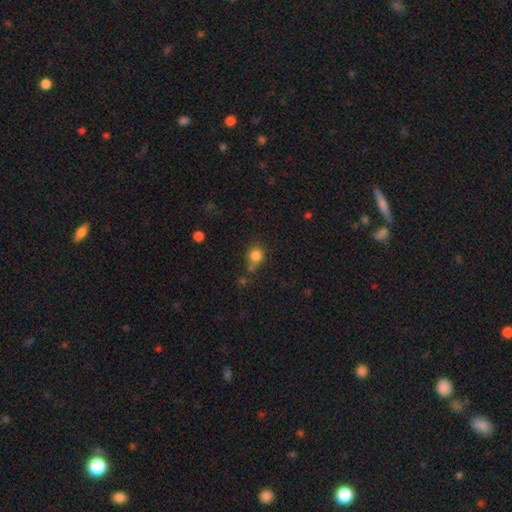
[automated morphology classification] type=smooth (83%); roundness=round (77%); merging=none (56%).